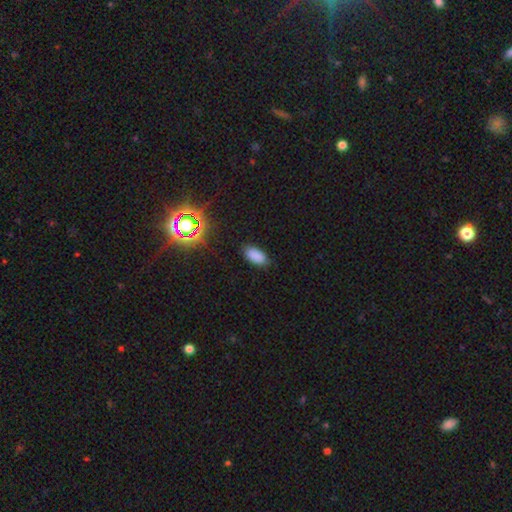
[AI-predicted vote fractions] This appears to be a smooth galaxy with no disk features (83%) that is in between round and cigar-shaped (93%). Merging: none (84%).